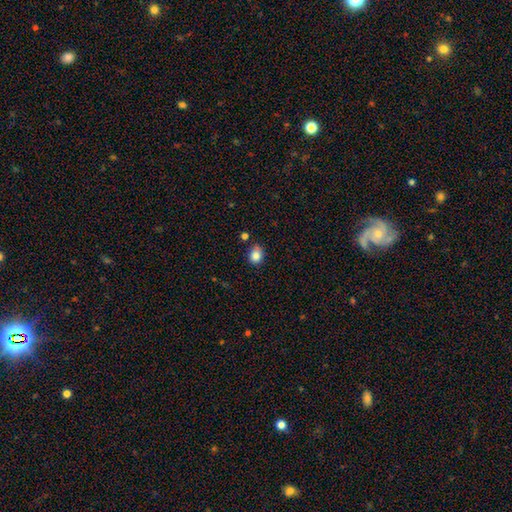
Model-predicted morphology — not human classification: Smooth or featured? Predicted: smooth (p=0.84). How rounded? Predicted: round (p=0.56). Merging? Predicted: none (p=0.72).